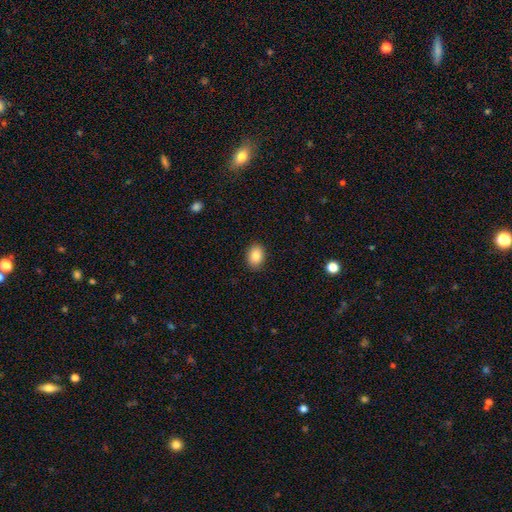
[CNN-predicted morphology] Overall: smooth (86%). How rounded: in between (65%; round 34%). Merging: none (88%).